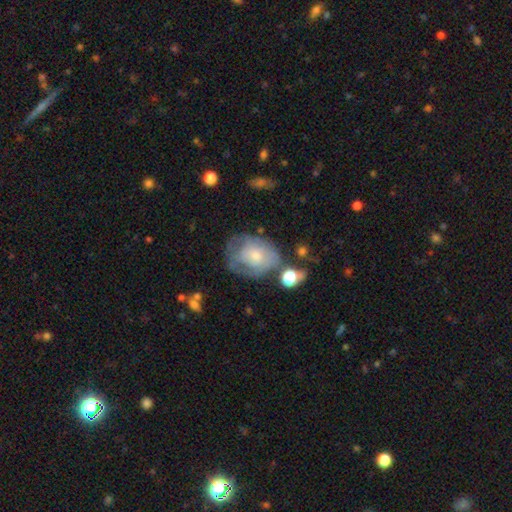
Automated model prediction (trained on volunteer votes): Smooth or featured? smooth (47%)
Merging? none (44%)